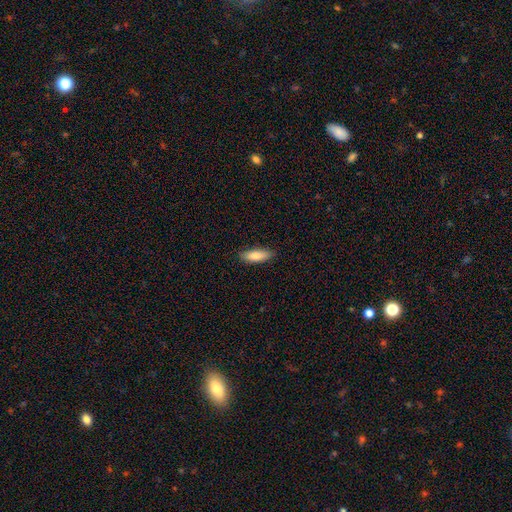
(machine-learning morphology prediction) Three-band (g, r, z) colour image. It shows a smooth galaxy with no disk features (80%) that is in between round and cigar-shaped (59%). Merging: none (87%).